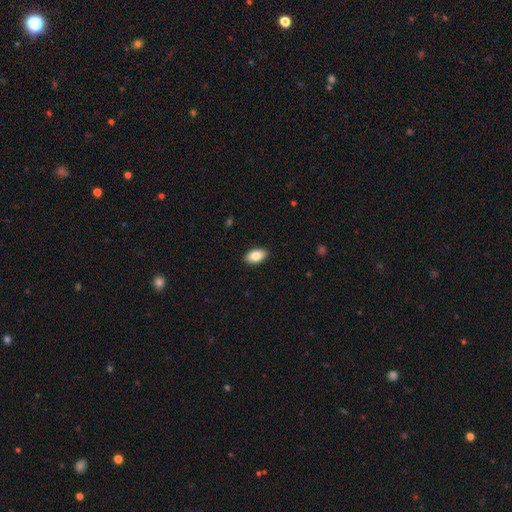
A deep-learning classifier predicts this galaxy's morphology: smooth-or-featured: smooth: 84% | featured or disk: 9% | star or artifact: 7%
  how-rounded: in between: 93% | round: 5% | cigar-shaped: 2%
  merging: none: 90% | minor disturbance: 7% | major disturbance: 2% | merger: 1%